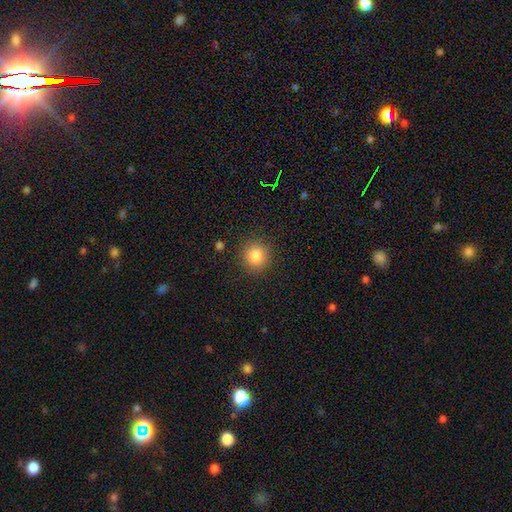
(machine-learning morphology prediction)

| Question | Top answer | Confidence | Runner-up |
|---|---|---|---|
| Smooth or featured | smooth | 85% | star or artifact (10%) |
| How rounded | round | 89% | in between (10%) |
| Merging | none | 87% | minor disturbance (8%) |